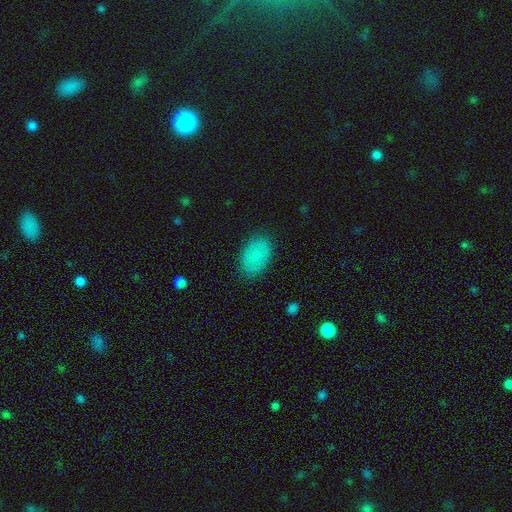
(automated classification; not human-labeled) Smooth or featured: smooth — 79% (featured or disk — 13%)
How rounded: in between — 88% (round — 11%)
Merging: none — 85% (minor disturbance — 11%)